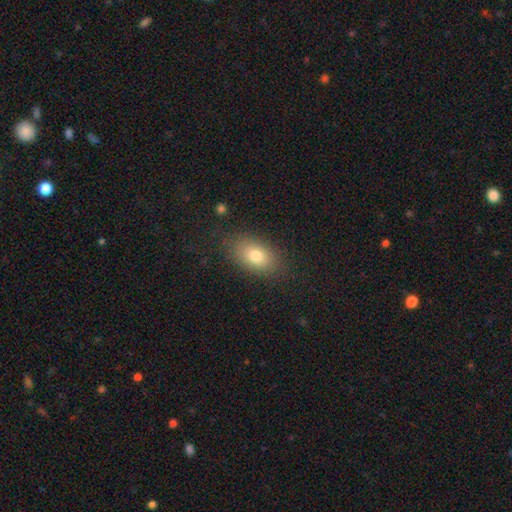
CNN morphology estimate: Smooth or featured: smooth — 79% (featured or disk — 12%)
How rounded: in between — 87% (round — 10%)
Merging: none — 83% (minor disturbance — 12%)